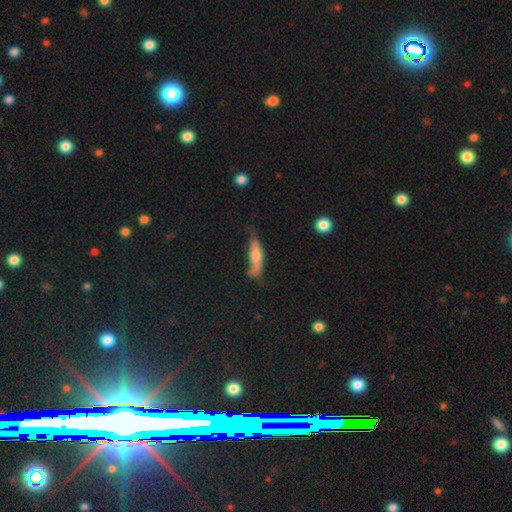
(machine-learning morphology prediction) This is possibly a smooth galaxy (57%). How rounded: likely cigar-shaped (68%). Merging: marginally none (42%).